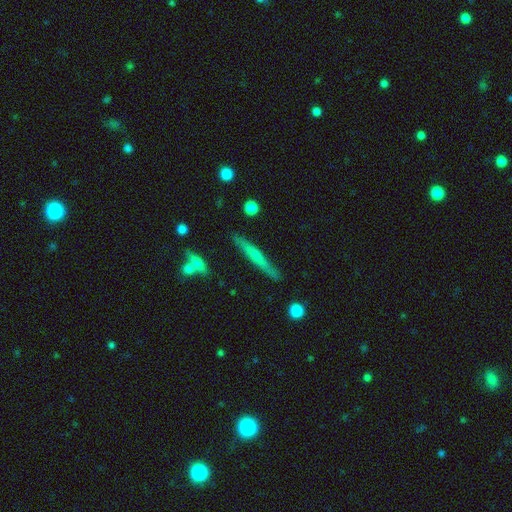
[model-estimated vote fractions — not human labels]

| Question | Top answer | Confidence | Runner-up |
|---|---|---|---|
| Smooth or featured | featured or disk | 49% | smooth (45%) |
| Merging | none | 86% | minor disturbance (10%) |